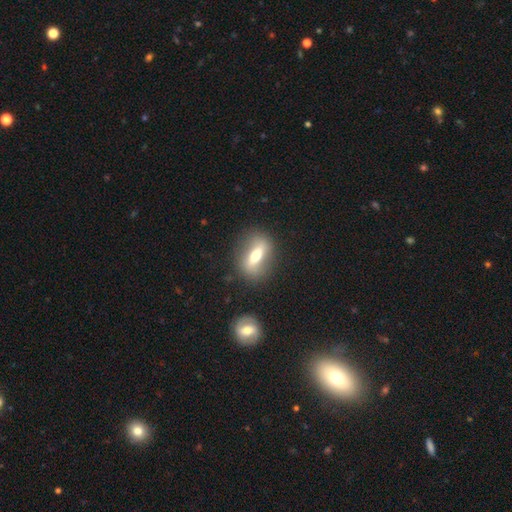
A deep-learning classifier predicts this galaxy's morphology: Overall: smooth (47%; featured or disk 45%). Merging: none (82%).